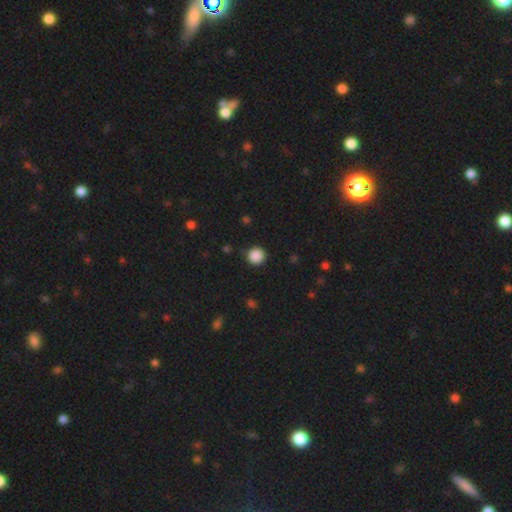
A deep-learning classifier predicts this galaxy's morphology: Overall: smooth (87%). How rounded: round (94%). Merging: none (89%).